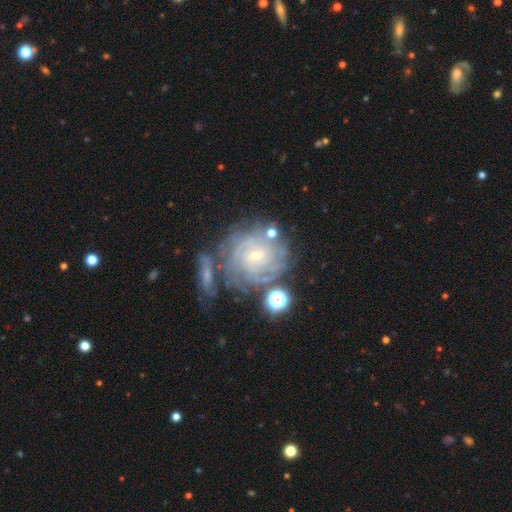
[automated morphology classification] Q: Smooth or featured?
A: featured or disk (84%); runner-up: star or artifact (8%)
Q: Edge-on disk?
A: no (97%); runner-up: yes (3%)
Q: Bar?
A: no (61%); runner-up: weak (31%)
Q: Spiral arms?
A: yes (96%); runner-up: no (4%)
Q: Spiral winding?
A: tight (77%); runner-up: medium (19%)
Q: Spiral arm count?
A: can't tell (32%); runner-up: 4 (23%)
Q: Bulge size?
A: small (80%); runner-up: moderate (17%)
Q: Merging?
A: none (60%); runner-up: minor disturbance (17%)